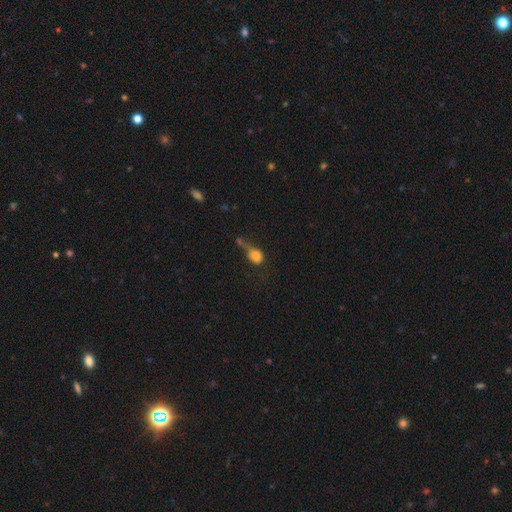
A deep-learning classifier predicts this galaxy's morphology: smooth_or_featured: smooth (p=0.76) [alt: featured or disk p=0.13]
how_rounded: in between (p=0.56) [alt: round p=0.40]
merging: major disturbance (p=0.30) [alt: merger p=0.26]